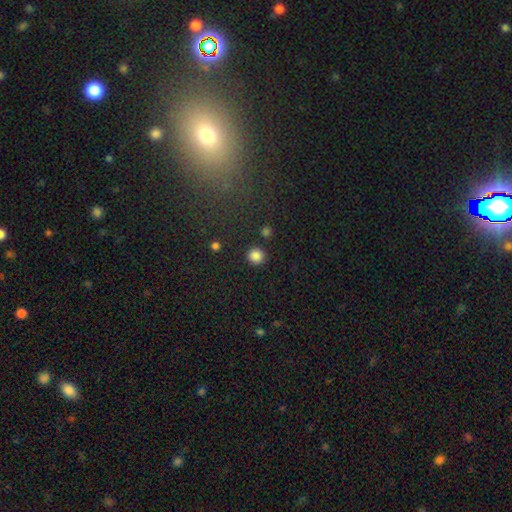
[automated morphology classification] Smooth or featured? smooth (85%)
How rounded? round (94%)
Merging? none (90%)